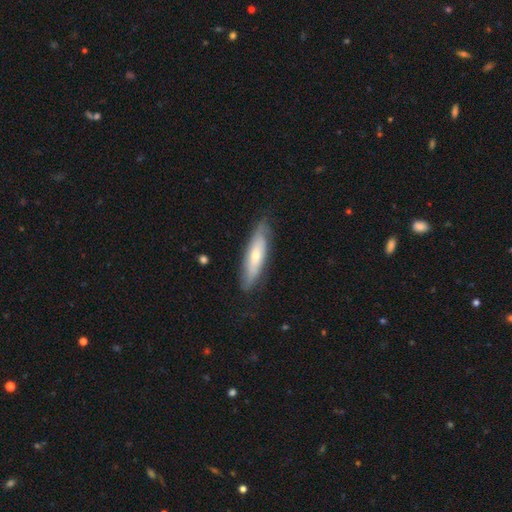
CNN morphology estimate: A smooth galaxy with no disk features (50%).

Vote fractions:
- Smooth or featured? smooth: 50% / featured or disk: 45% / star or artifact: 6%
- Merging? none: 78% / minor disturbance: 17% / major disturbance: 4% / merger: 1%